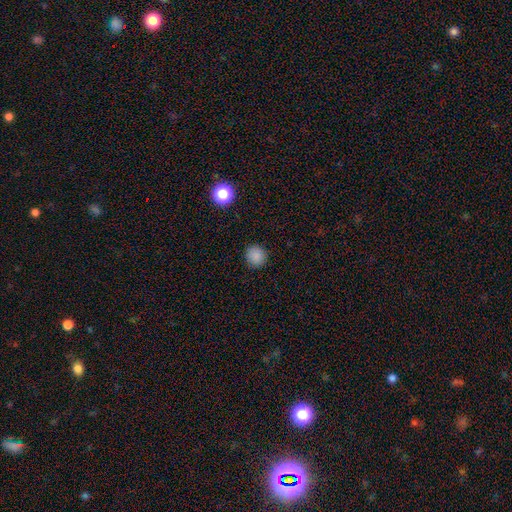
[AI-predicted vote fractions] Smooth or featured: smooth — 86% (star or artifact — 11%)
How rounded: round — 91% (in between — 8%)
Merging: none — 90% (minor disturbance — 7%)